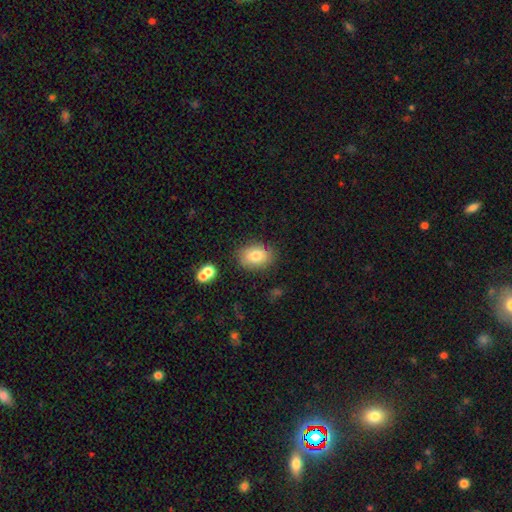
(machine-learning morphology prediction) The model was most divided on "how rounded": in between: 72%, round: 27%, cigar-shaped: 1%. More confident: merging — none (81%); smooth or featured — smooth (79%).